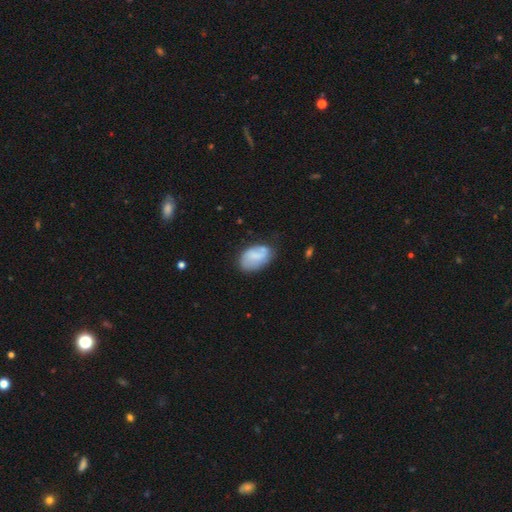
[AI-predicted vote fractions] Morphology: type=smooth (65%); roundness=in between (90%); merging=none (62%).